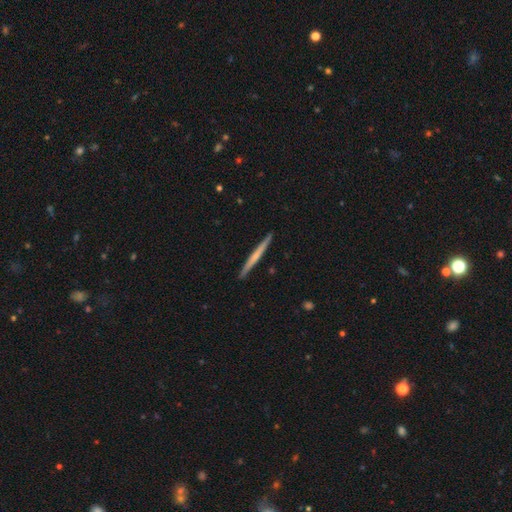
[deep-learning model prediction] Q: Smooth or featured?
A: featured or disk (54%); runner-up: smooth (41%)
Q: Edge-on disk?
A: yes (98%); runner-up: no (2%)
Q: Edge-on bulge?
A: none (63%); runner-up: rounded (31%)
Q: Merging?
A: none (92%); runner-up: minor disturbance (6%)